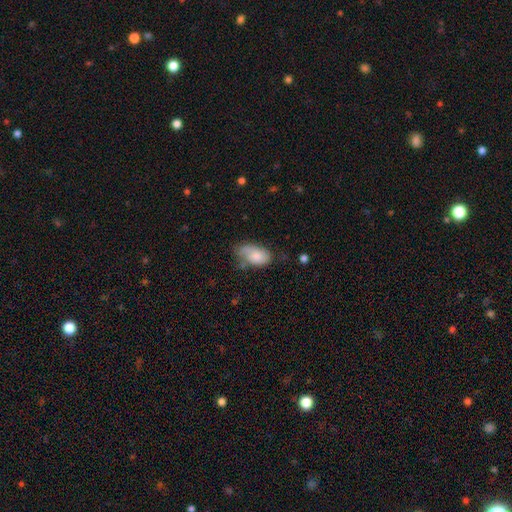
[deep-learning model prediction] Morphology: type=smooth (73%); roundness=in between (92%); merging=none (46%).